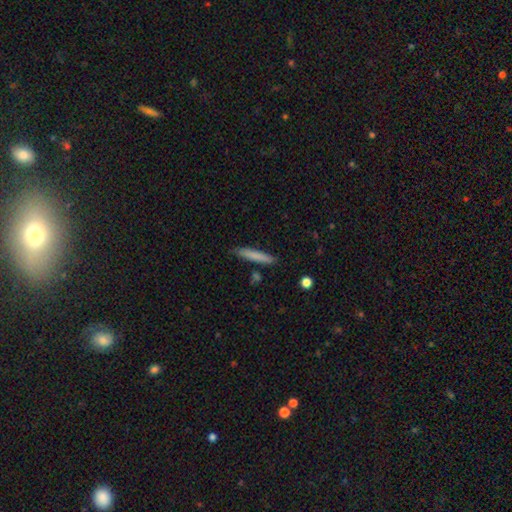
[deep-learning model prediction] This is likely a smooth galaxy (79%). How rounded: clearly cigar-shaped (93%). Merging: clearly none (85%).